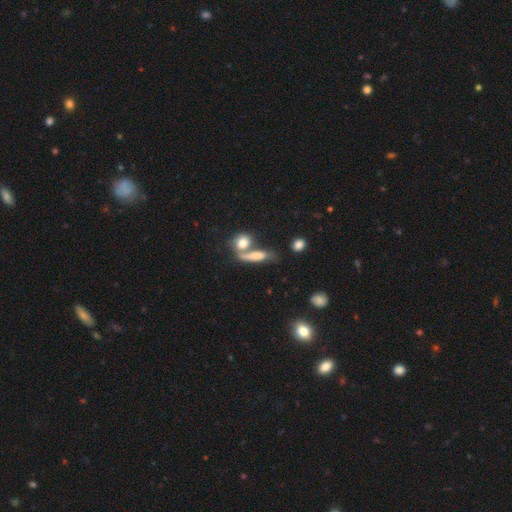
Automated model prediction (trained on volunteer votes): Smooth or featured? Predicted: smooth (p=0.63). How rounded? Predicted: cigar-shaped (p=0.48). Merging? Predicted: merger (p=0.42).